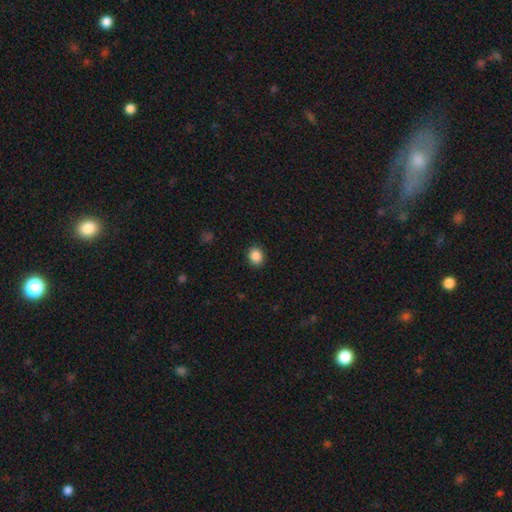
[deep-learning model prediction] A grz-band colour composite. It shows a smooth galaxy with no disk features (87%) that is round (65%). Merging: none (90%).